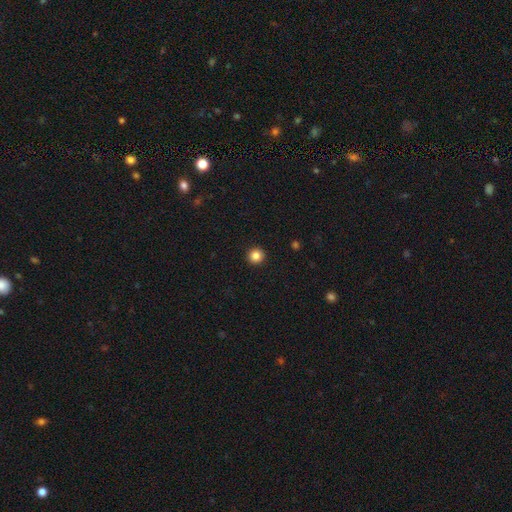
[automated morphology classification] Smooth or featured? Predicted: smooth (p=0.85). How rounded? Predicted: round (p=0.96). Merging? Predicted: none (p=0.94).